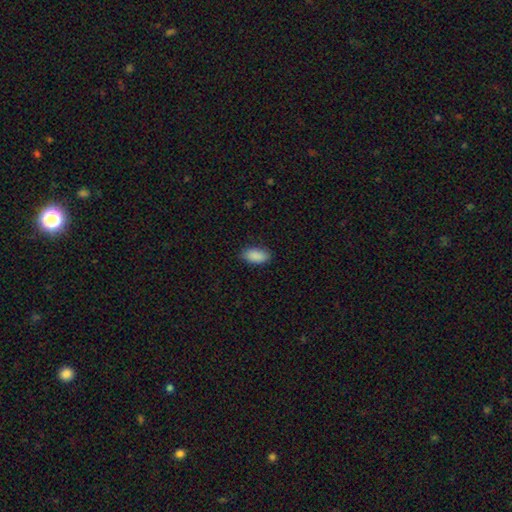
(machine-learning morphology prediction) Smooth or featured: smooth — 90% (star or artifact — 6%)
How rounded: in between — 94% (cigar-shaped — 3%)
Merging: none — 85% (minor disturbance — 12%)